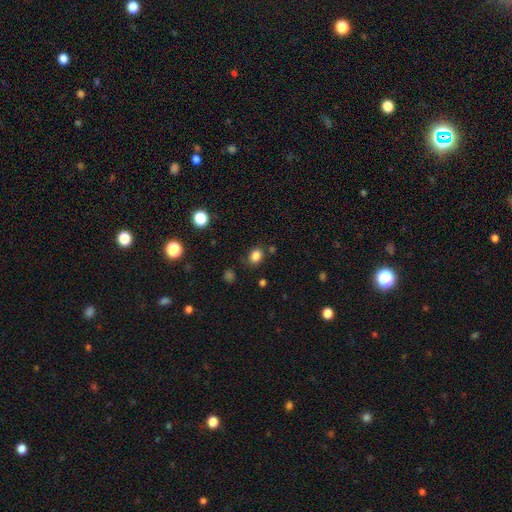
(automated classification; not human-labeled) A smooth galaxy with no disk features (83%) that is round (55%). Merging: none (80%).